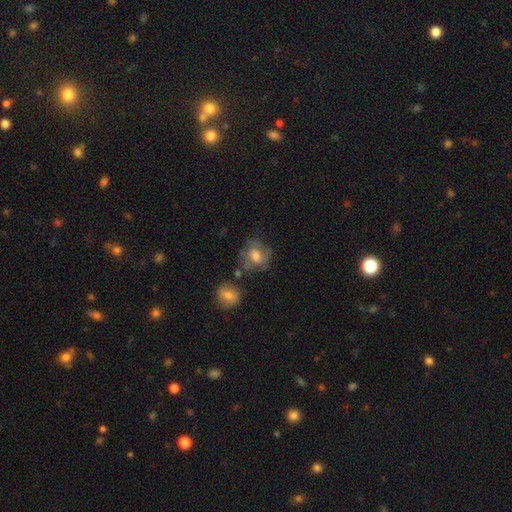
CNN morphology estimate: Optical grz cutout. It shows a smooth galaxy with no disk features (46%). Merging: none (57%).